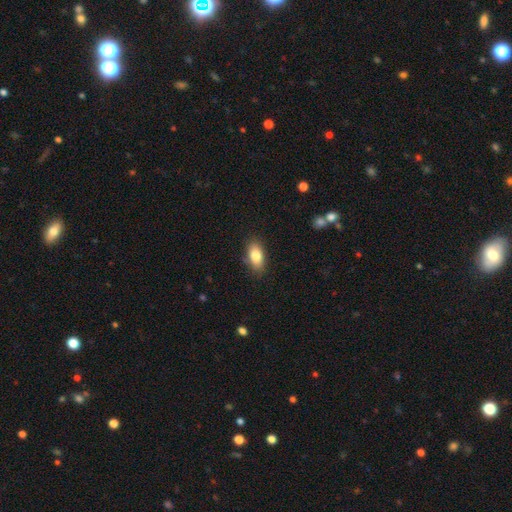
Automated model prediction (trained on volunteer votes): Morphology: type=smooth (83%); roundness=in between (89%); merging=none (84%).